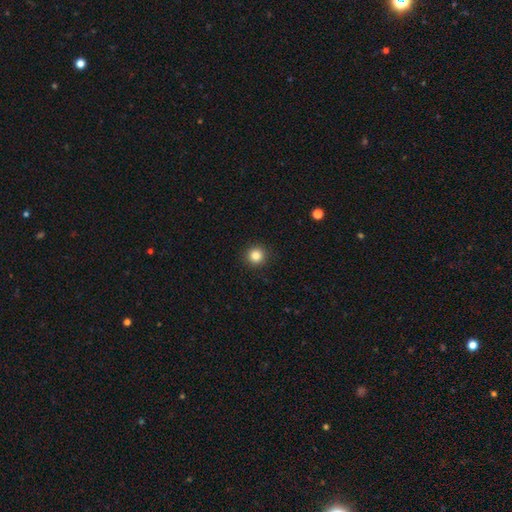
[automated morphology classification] Smooth or featured: smooth — 85% (star or artifact — 11%)
How rounded: round — 95% (in between — 4%)
Merging: none — 92% (minor disturbance — 5%)